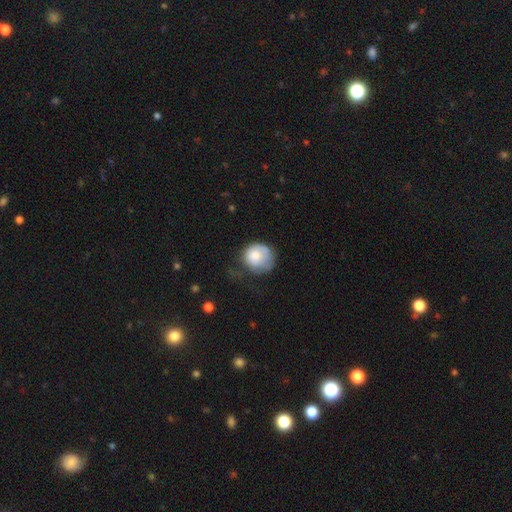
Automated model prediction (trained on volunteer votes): Smooth or featured? Predicted: smooth (p=0.75). How rounded? Predicted: round (p=0.80). Merging? Predicted: none (p=0.36).